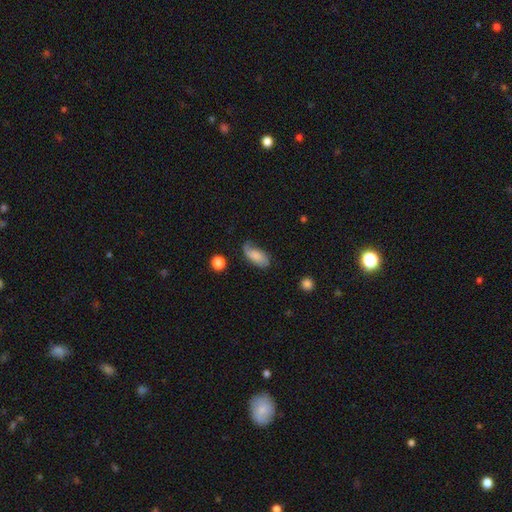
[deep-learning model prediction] Smooth or featured? smooth (63%)
How rounded? in between (90%)
Merging? none (54%)